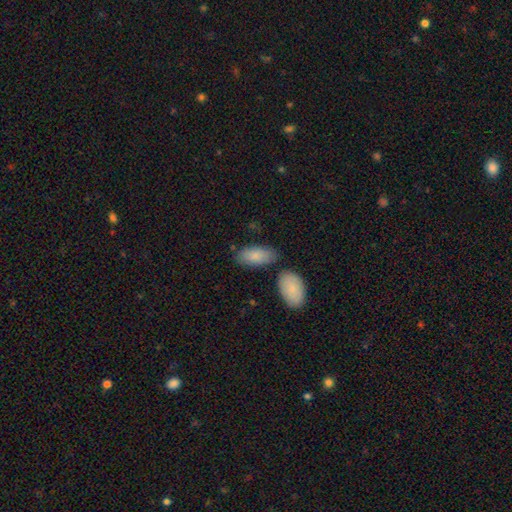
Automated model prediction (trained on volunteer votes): Morphology: type=smooth (85%); roundness=in between (91%); merging=none (69%).